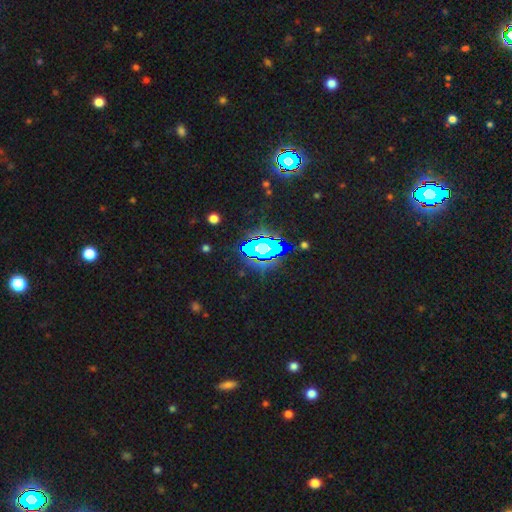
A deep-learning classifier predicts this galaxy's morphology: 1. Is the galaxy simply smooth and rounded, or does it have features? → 82% star or artifact, 10% smooth, 8% featured or disk.